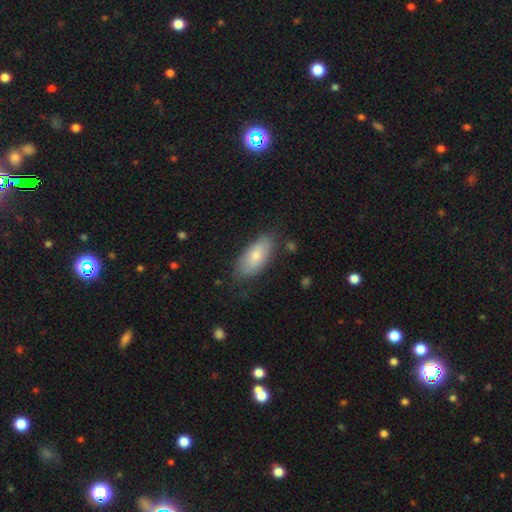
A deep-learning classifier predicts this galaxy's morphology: A smooth galaxy with no disk features (76%) that is in between round and cigar-shaped (89%).

Vote fractions:
- Smooth or featured? smooth: 76% / featured or disk: 18% / star or artifact: 6%
- How rounded? in between: 89% / cigar-shaped: 9% / round: 2%
- Merging? none: 74% / minor disturbance: 20% / major disturbance: 4% / merger: 2%